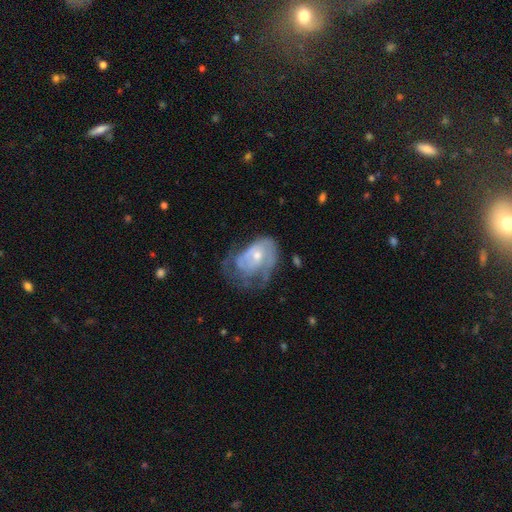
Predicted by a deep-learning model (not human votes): This is likely a featured or disk galaxy (66%). It is clearly not viewed edge-on (96%). Bar: likely no (74%). Spiral arm pattern: likely yes (67%). Central bulge: possibly small (48%). Merging: marginally major disturbance (42%).